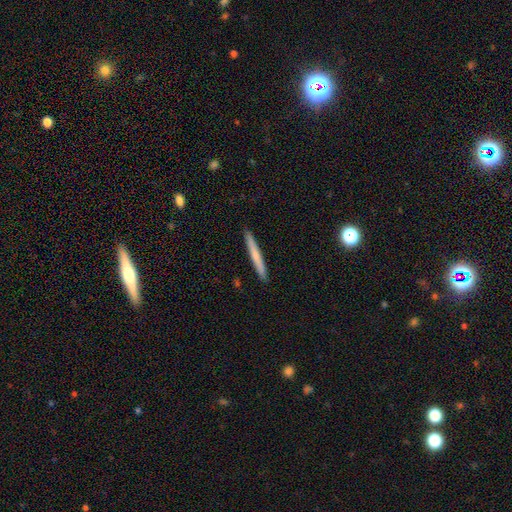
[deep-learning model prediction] smooth 58%, featured or disk 36%, star or artifact 6%. Down the decision tree: how rounded — cigar-shaped (96%); merging — none (92%).